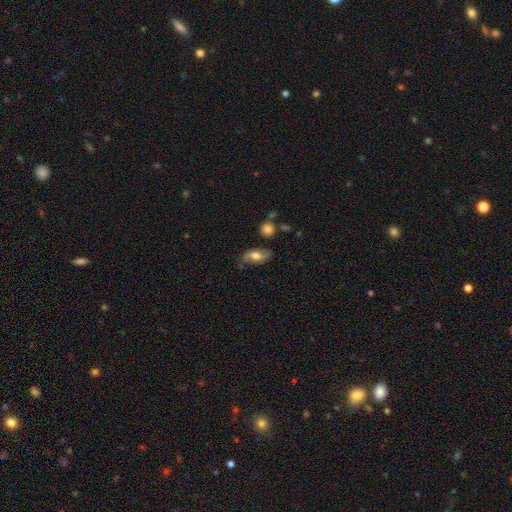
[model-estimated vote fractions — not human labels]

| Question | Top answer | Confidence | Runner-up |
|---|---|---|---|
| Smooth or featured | smooth | 59% | featured or disk (34%) |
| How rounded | in between | 85% | cigar-shaped (9%) |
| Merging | none | 73% | minor disturbance (19%) |